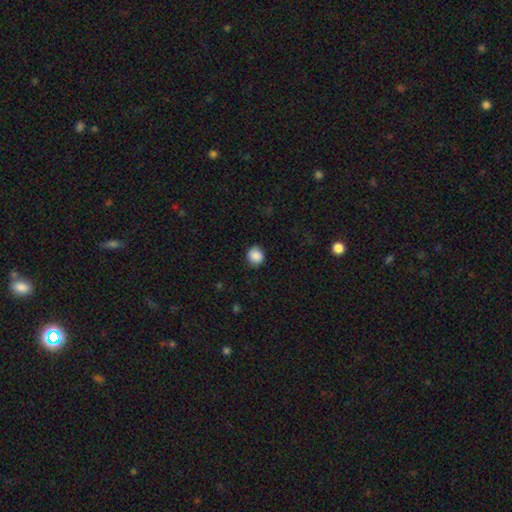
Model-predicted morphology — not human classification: smooth-or-featured: smooth: 87% | star or artifact: 9% | featured or disk: 4%
  how-rounded: round: 85% | in between: 15% | cigar-shaped: 1%
  merging: none: 86% | minor disturbance: 11% | major disturbance: 2% | merger: 1%